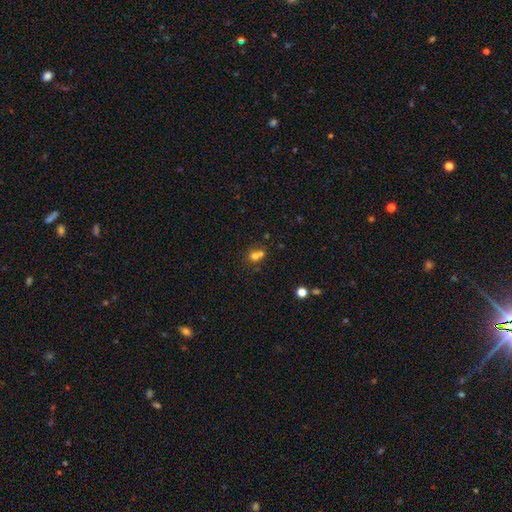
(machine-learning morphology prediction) Smooth or featured? Predicted: smooth (p=0.67). How rounded? Predicted: round (p=0.80). Merging? Predicted: merger (p=0.48).